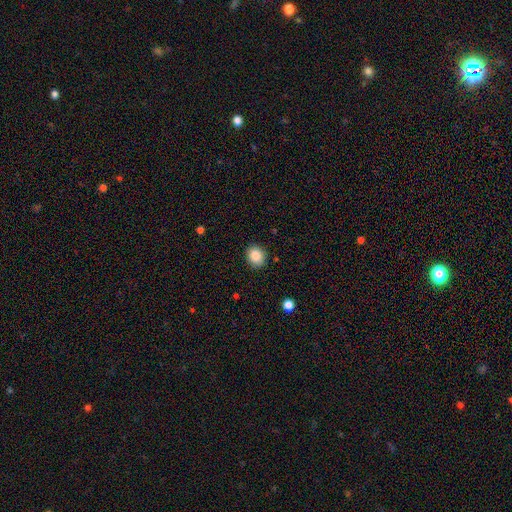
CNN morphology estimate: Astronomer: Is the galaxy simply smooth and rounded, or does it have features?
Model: smooth — 86%.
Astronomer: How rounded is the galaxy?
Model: round — 59% (runner-up: in between, 40%).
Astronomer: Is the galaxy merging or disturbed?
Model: none — 88%.